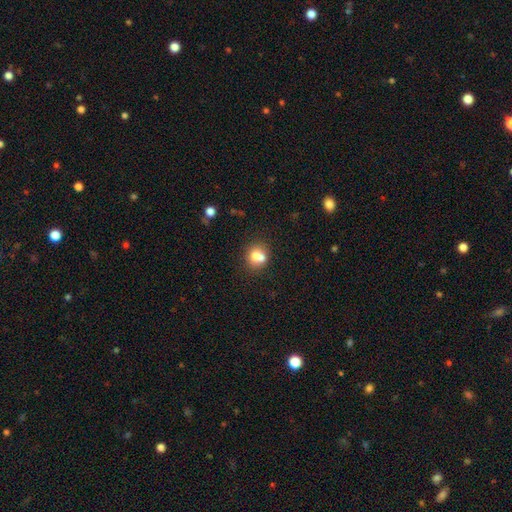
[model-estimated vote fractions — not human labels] Morphology: type=smooth (72%); roundness=round (74%); merging=none (45%).